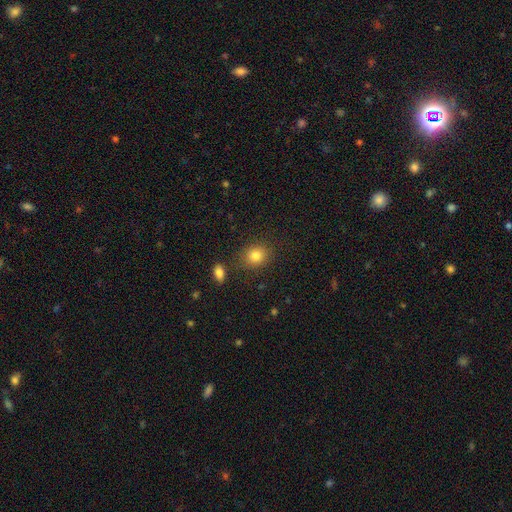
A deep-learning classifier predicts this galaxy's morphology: smooth_or_featured: smooth (p=0.83) [alt: star or artifact p=0.10]
how_rounded: round (p=0.65) [alt: in between p=0.34]
merging: none (p=0.83) [alt: minor disturbance p=0.10]